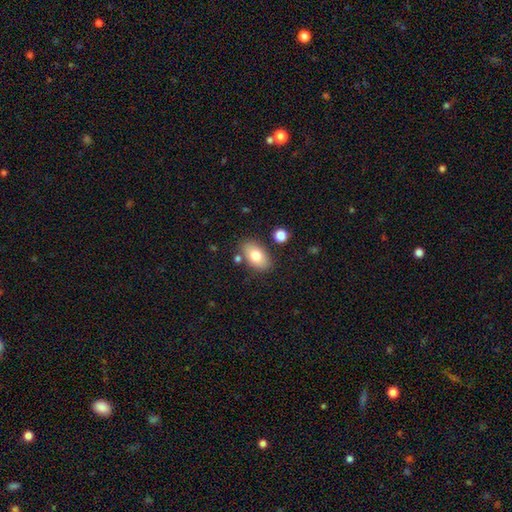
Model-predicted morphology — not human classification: Smooth or featured?
  - smooth: 77% *
  - featured or disk: 15%
  - star or artifact: 8%
How rounded?
  - in between: 91% *
  - round: 7%
  - cigar-shaped: 2%
Merging?
  - none: 80% *
  - minor disturbance: 12%
  - merger: 5%
  - major disturbance: 3%